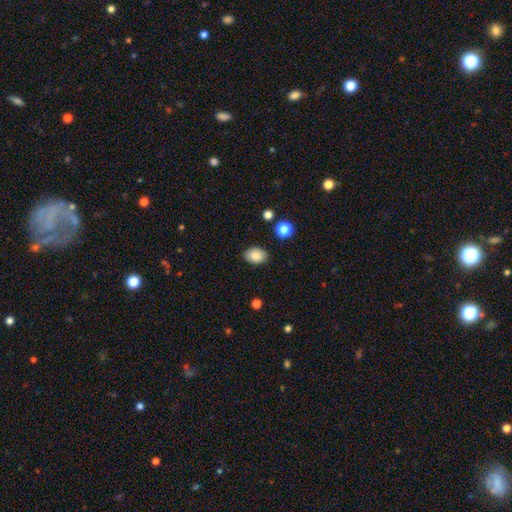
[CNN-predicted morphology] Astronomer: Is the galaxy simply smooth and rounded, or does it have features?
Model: smooth — 85%.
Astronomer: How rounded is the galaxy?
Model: in between — 78%.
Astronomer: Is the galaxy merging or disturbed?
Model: none — 86%.